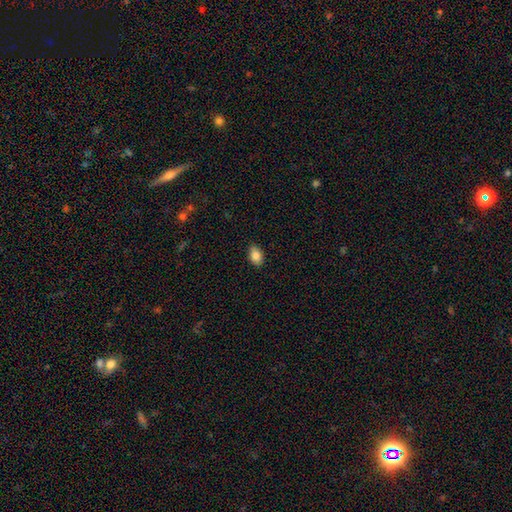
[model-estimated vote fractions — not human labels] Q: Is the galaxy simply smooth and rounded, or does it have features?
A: smooth — 85%.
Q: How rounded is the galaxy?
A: in between — 86%.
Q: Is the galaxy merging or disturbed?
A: none — 86%.